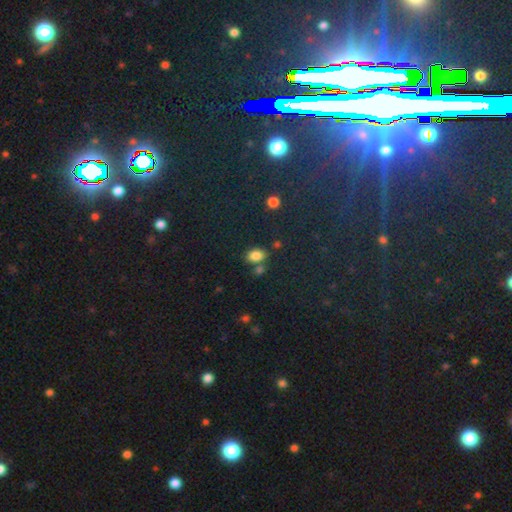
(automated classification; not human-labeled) The model was most divided on "merging": none: 67%, merger: 17%, minor disturbance: 13%, major disturbance: 4%. More confident: smooth or featured — smooth (83%); how rounded — in between (80%).